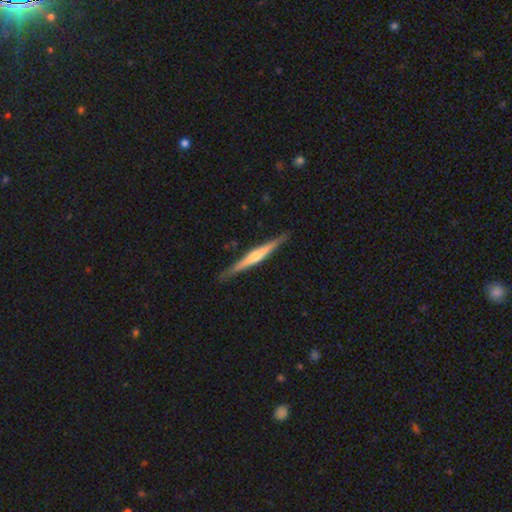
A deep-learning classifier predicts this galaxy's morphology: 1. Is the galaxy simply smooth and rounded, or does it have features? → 74% featured or disk, 21% smooth, 5% star or artifact.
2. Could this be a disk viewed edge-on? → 98% yes, 2% no.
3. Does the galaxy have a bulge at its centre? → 78% rounded, 13% none, 9% boxy.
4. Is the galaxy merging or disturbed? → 89% none, 8% minor disturbance, 1% major disturbance, 1% merger.